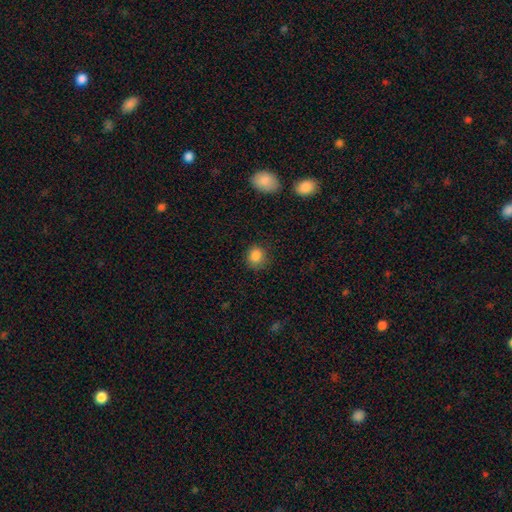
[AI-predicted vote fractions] Smooth or featured? Predicted: smooth (p=0.86). How rounded? Predicted: round (p=0.84). Merging? Predicted: none (p=0.83).